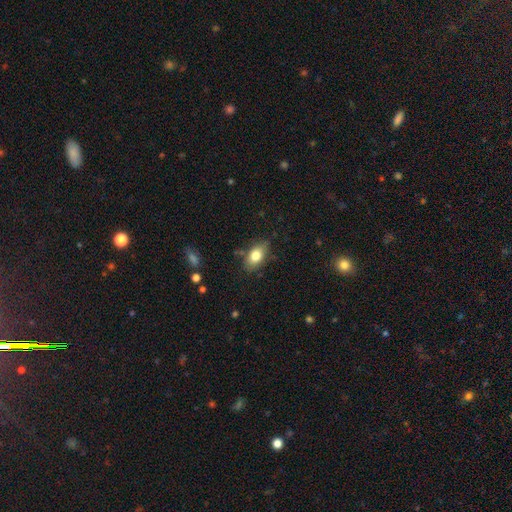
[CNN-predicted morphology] Overall: smooth (79%). How rounded: in between (87%). Merging: none (76%).